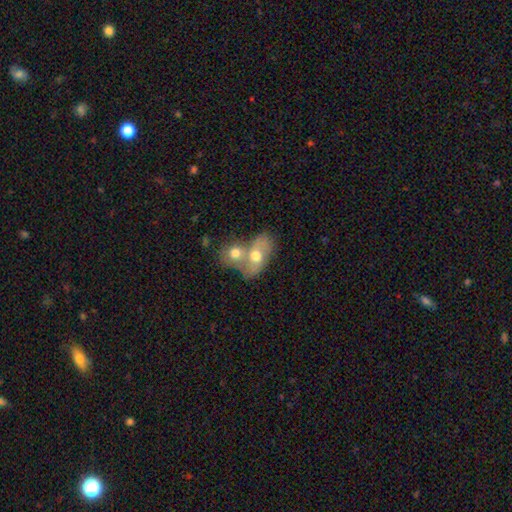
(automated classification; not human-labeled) Morphology: type=smooth (59%); roundness=in between (75%); merging=merger (69%).